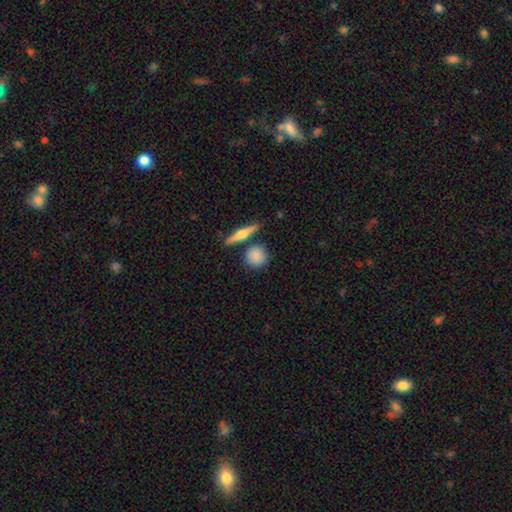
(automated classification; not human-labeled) Morphology: type=smooth (81%); roundness=round (82%); merging=none (76%).